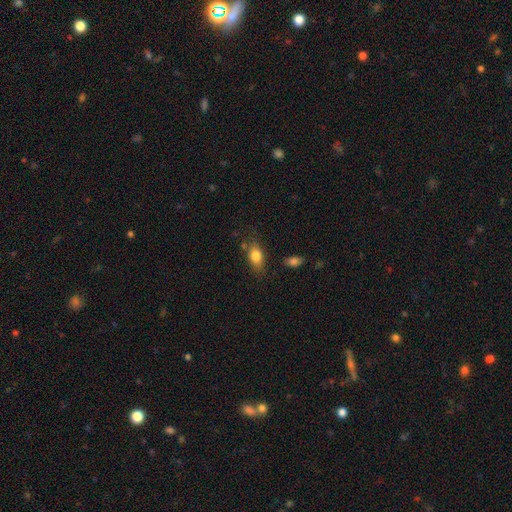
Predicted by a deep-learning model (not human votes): Morphology: type=smooth (81%); roundness=in between (84%); merging=none (71%).